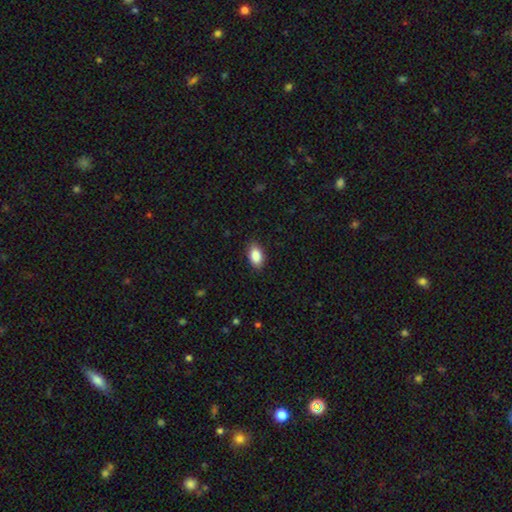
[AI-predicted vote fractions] Smooth or featured? smooth (87%)
How rounded? in between (91%)
Merging? none (87%)